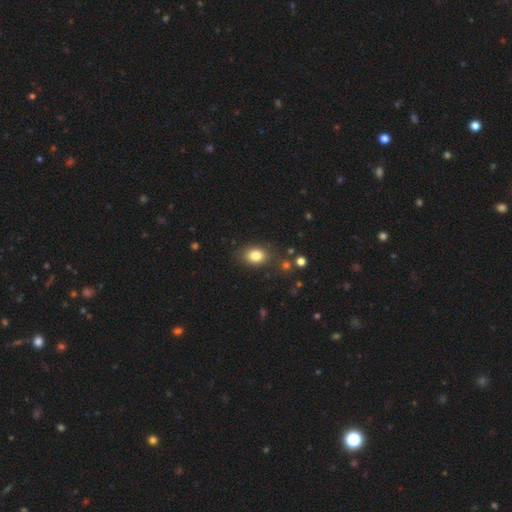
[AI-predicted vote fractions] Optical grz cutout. It shows a smooth galaxy with no disk features (82%) that is in between round and cigar-shaped (61%). Merging: none (80%).